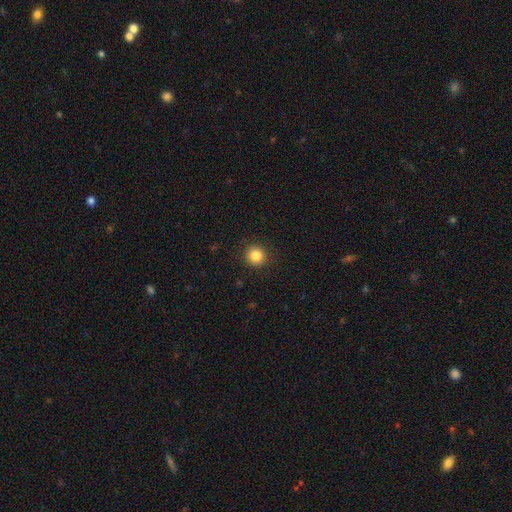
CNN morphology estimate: Overall: smooth (85%). How rounded: round (94%). Merging: none (91%).